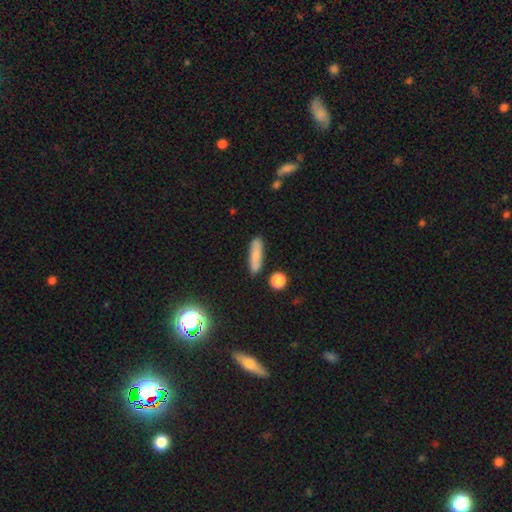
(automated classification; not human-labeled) Q: Smooth or featured?
A: smooth (78%); runner-up: featured or disk (13%)
Q: How rounded?
A: cigar-shaped (65%); runner-up: in between (31%)
Q: Merging?
A: none (81%); runner-up: minor disturbance (13%)